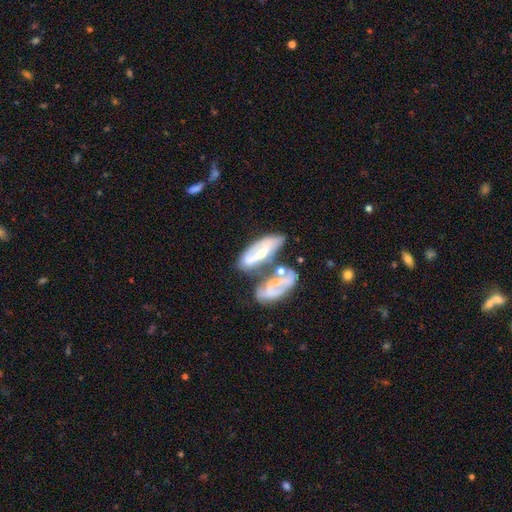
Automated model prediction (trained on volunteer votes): featured or disk 62%, smooth 28%, star or artifact 10%. Down the decision tree: edge-on disk — no (81%); bar — no (47%); spiral arms — yes (56%); bulge size — small (49%); merging — merger (48%).